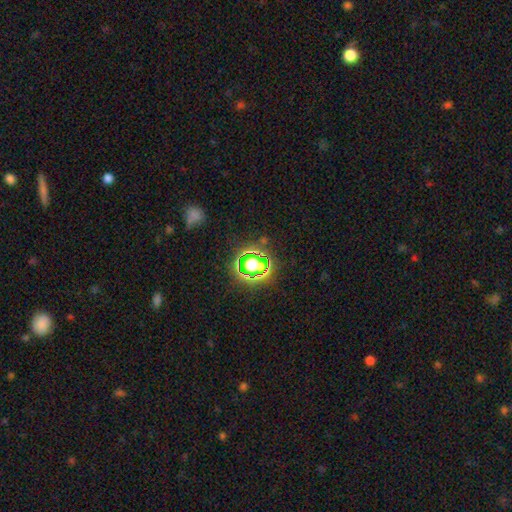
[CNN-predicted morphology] This appears to be a star or artifact, not a galaxy (78%).